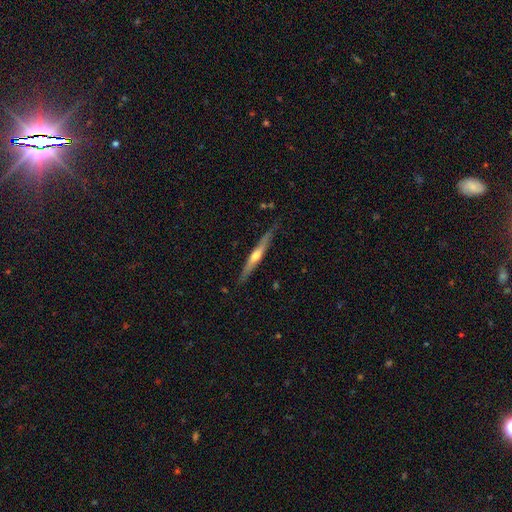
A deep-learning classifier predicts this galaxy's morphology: Overall: featured or disk (60%; smooth 35%). Edge-on disk: yes (95%). Edge-on bulge: rounded (75%). Merging: none (81%).